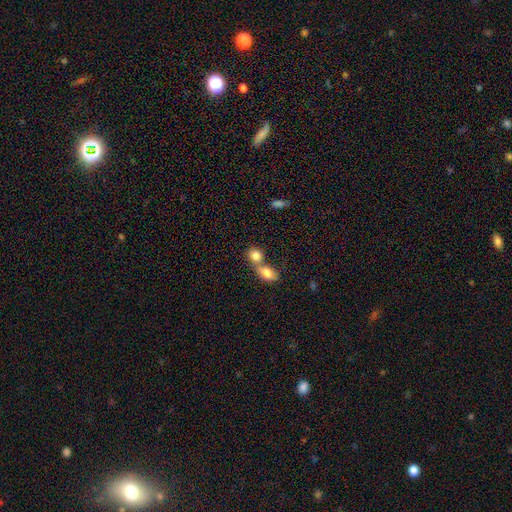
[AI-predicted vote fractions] Q: Smooth or featured?
A: smooth (82%); runner-up: featured or disk (9%)
Q: How rounded?
A: round (50%); runner-up: in between (47%)
Q: Merging?
A: merger (62%); runner-up: none (29%)